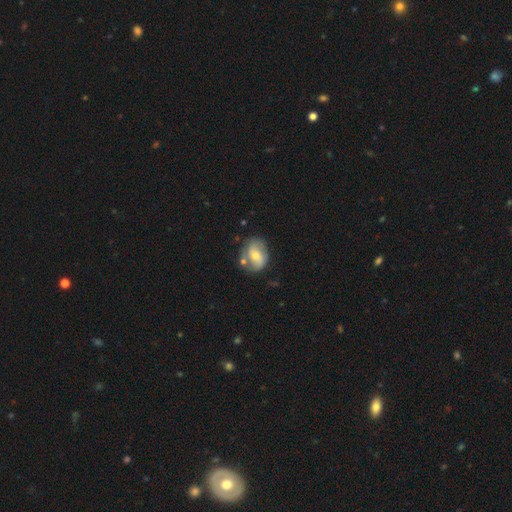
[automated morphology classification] Smooth or featured? featured or disk (53%)
Edge-on disk? no (96%)
Bar? no (49%)
Spiral arms? yes (72%)
Bulge size? moderate (56%)
Merging? none (64%)